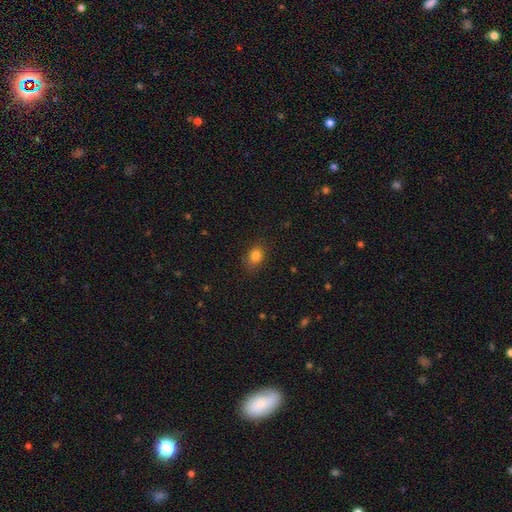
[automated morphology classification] Smooth or featured: smooth — 82% (star or artifact — 12%)
How rounded: in between — 56% (round — 43%)
Merging: none — 83% (minor disturbance — 12%)